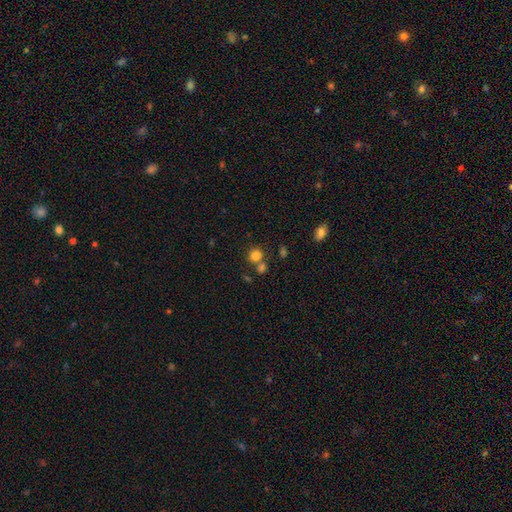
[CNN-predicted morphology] Smooth or featured? Predicted: smooth (p=0.81). How rounded? Predicted: round (p=0.86). Merging? Predicted: none (p=0.63).